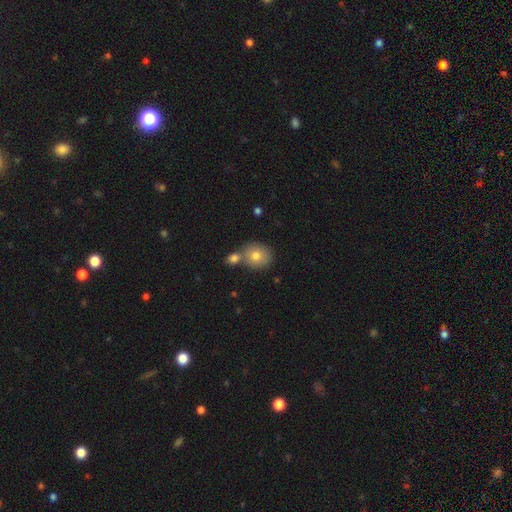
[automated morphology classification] A smooth galaxy with no disk features (77%) that is round (76%).

Vote fractions:
- Smooth or featured? smooth: 77% / featured or disk: 14% / star or artifact: 9%
- How rounded? round: 76% / in between: 23% / cigar-shaped: 1%
- Merging? none: 51% / merger: 36% / minor disturbance: 10% / major disturbance: 3%